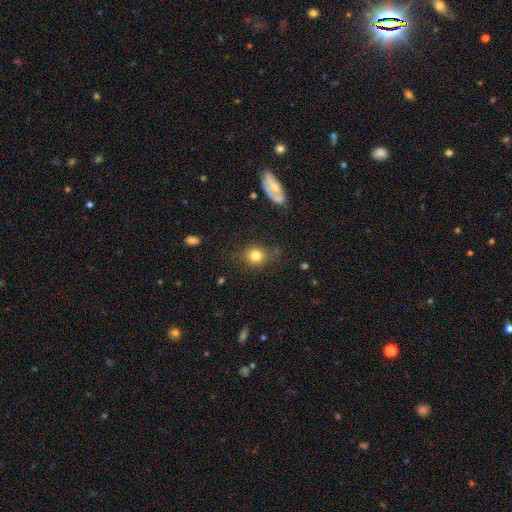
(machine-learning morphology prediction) Q: Smooth or featured?
A: smooth (80%); runner-up: star or artifact (10%)
Q: How rounded?
A: round (75%); runner-up: in between (23%)
Q: Merging?
A: none (76%); runner-up: minor disturbance (16%)